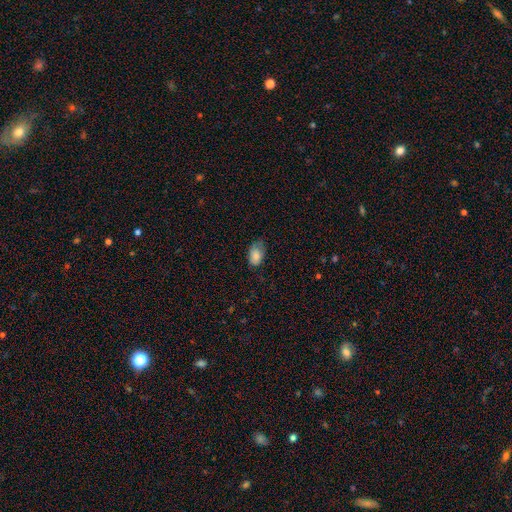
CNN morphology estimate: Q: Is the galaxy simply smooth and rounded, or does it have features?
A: smooth — 82%.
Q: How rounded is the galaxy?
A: in between — 90%.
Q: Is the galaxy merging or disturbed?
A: none — 53%.